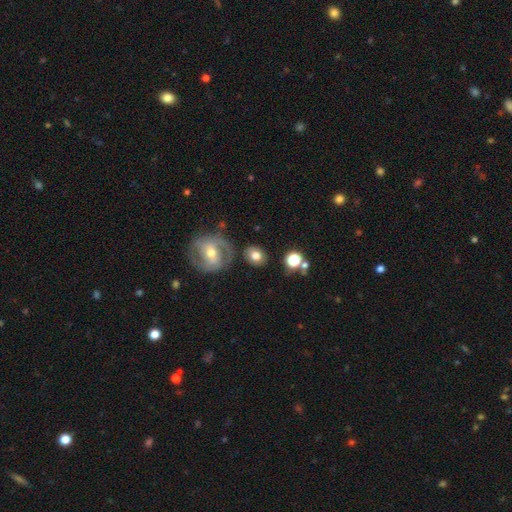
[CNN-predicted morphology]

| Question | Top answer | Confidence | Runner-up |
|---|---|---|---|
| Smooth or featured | smooth | 72% | featured or disk (19%) |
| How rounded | round | 59% | in between (40%) |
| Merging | none | 78% | minor disturbance (12%) |